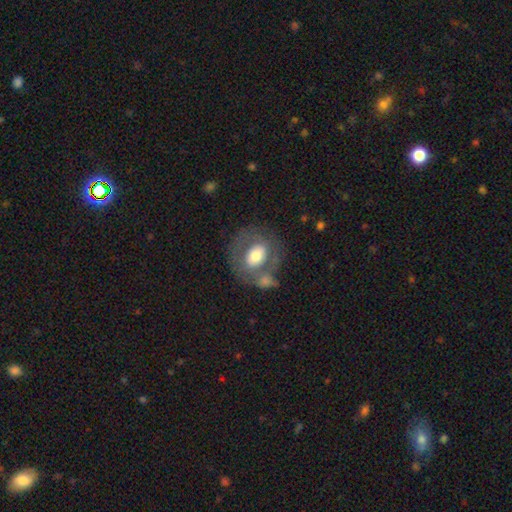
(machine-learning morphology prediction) smooth 53%, featured or disk 40%, star or artifact 7%. Down the decision tree: how rounded — round (55%); merging — none (57%).